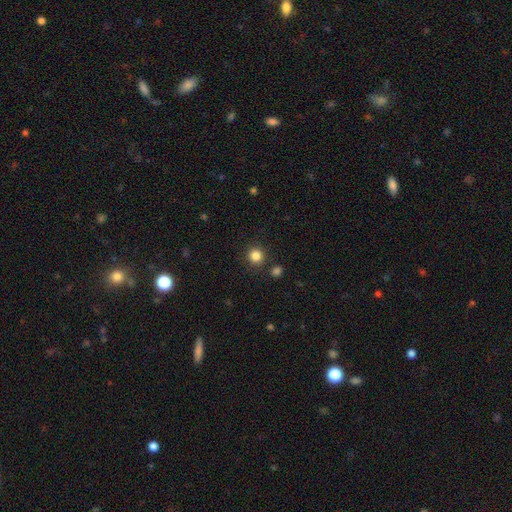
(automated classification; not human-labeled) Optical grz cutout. It shows a smooth galaxy with no disk features (84%) that is round (92%). Merging: none (88%).